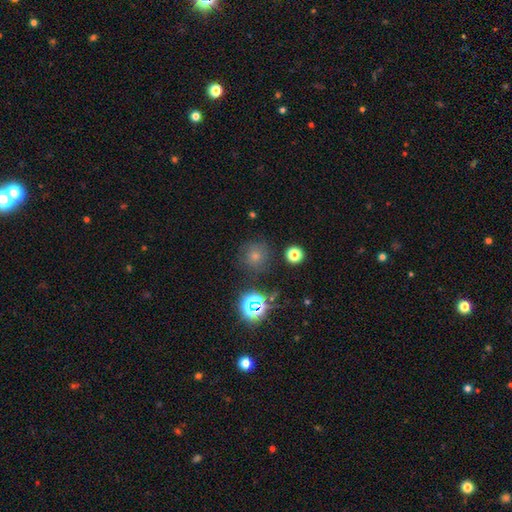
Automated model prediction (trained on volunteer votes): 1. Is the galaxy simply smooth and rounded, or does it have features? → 50% smooth, 39% star or artifact, 11% featured or disk.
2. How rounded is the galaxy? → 93% round, 6% in between, 1% cigar-shaped.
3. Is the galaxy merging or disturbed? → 84% none, 9% minor disturbance, 4% major disturbance, 3% merger.